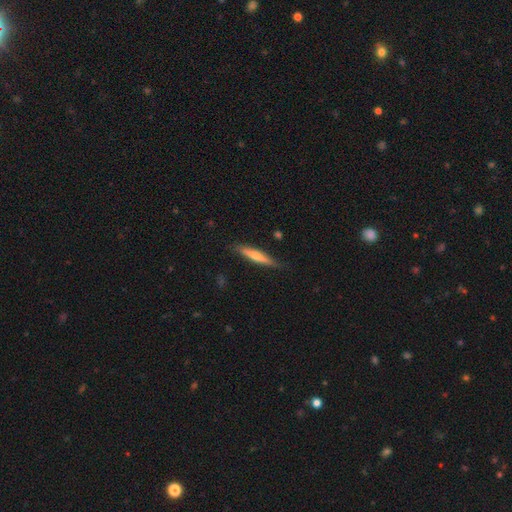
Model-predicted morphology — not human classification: This appears to be a smooth galaxy with no disk features (52%) that is cigar-shaped (91%). Merging: none (83%).